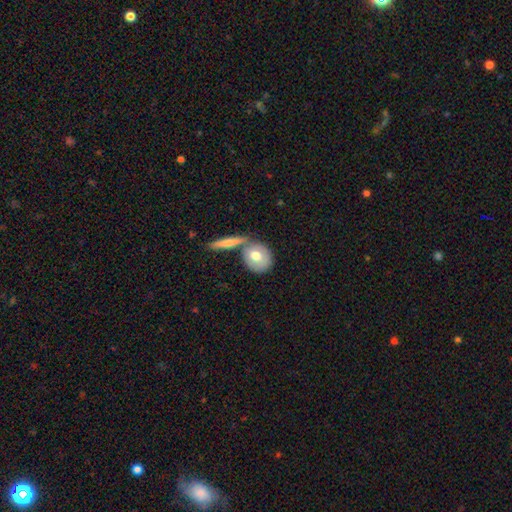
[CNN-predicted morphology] type=smooth (65%); roundness=round (55%); merging=none (54%).